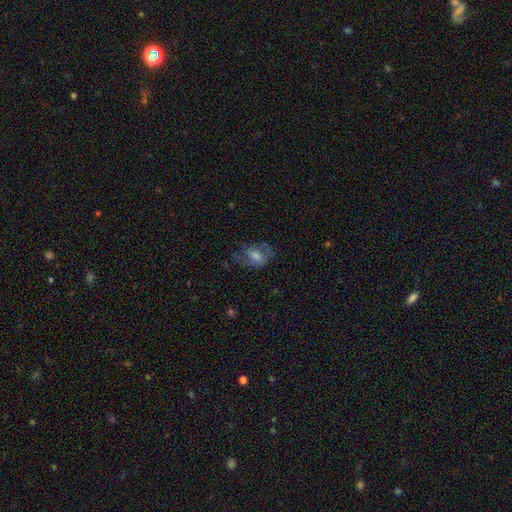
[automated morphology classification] A featured or disk galaxy (52%). Merging: none (52%).